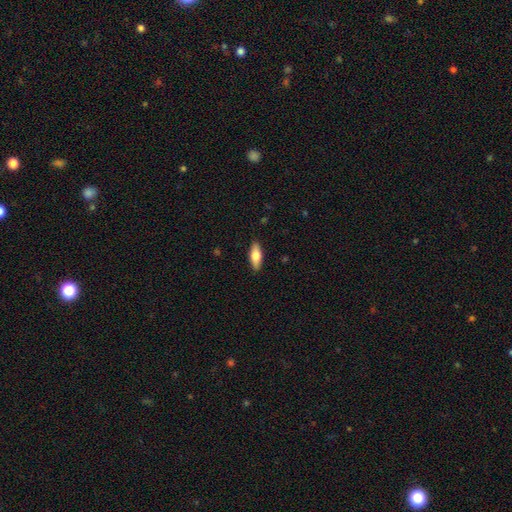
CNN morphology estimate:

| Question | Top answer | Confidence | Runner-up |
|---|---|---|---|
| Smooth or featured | smooth | 69% | featured or disk (25%) |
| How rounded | in between | 72% | cigar-shaped (25%) |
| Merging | none | 89% | minor disturbance (8%) |